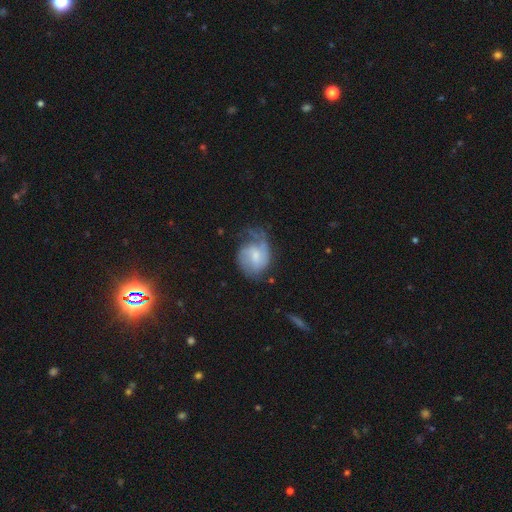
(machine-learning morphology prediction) This is likely a featured or disk galaxy (65%). It is clearly not viewed edge-on (98%). Bar: possibly weak (49%). Spiral arm pattern: clearly yes (89%). Spiral arm count: possibly 2 (55%). Spiral winding: marginally medium (45%). Central bulge: marginally small (38%, tied with moderate). Merging: marginally none (44%).